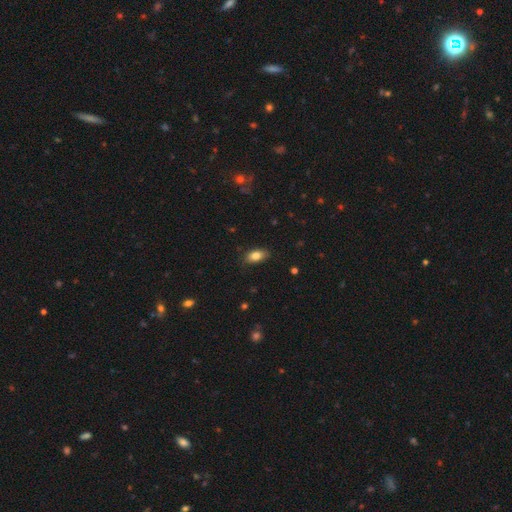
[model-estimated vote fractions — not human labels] Smooth or featured?
  - smooth: 84% *
  - star or artifact: 8%
  - featured or disk: 8%
How rounded?
  - in between: 89% *
  - round: 6%
  - cigar-shaped: 5%
Merging?
  - none: 83% *
  - minor disturbance: 13%
  - major disturbance: 3%
  - merger: 1%